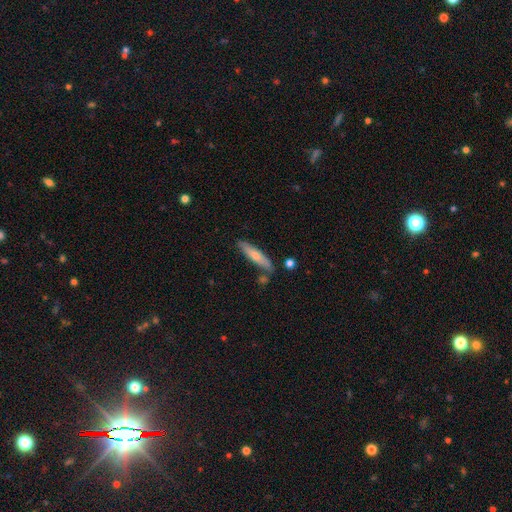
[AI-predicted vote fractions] A smooth galaxy with no disk features (62%) that is cigar-shaped (83%).

Vote fractions:
- Smooth or featured? smooth: 62% / featured or disk: 33% / star or artifact: 6%
- How rounded? cigar-shaped: 83% / in between: 15% / round: 2%
- Merging? none: 78% / minor disturbance: 14% / merger: 6% / major disturbance: 3%